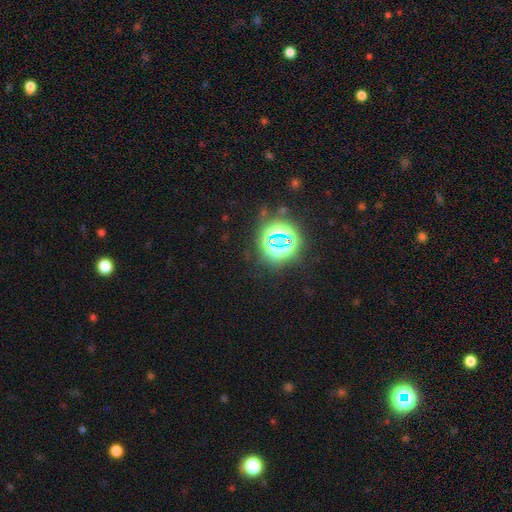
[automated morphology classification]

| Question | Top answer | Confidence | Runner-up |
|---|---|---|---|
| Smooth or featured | star or artifact | 76% | smooth (19%) |